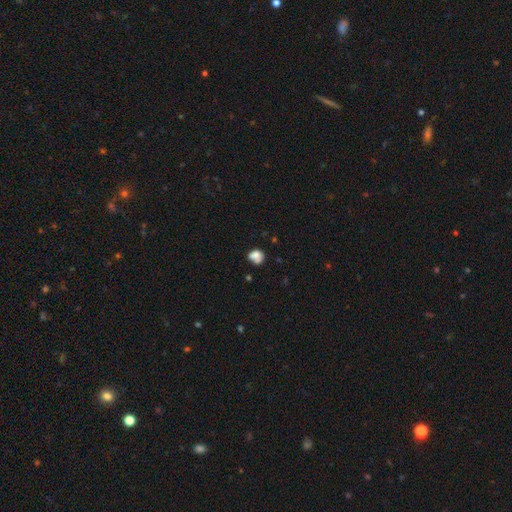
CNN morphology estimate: The model was most divided on "merging": none: 40%, minor disturbance: 24%, merger: 23%, major disturbance: 13%. More confident: smooth or featured — smooth (74%); how rounded — round (61%).